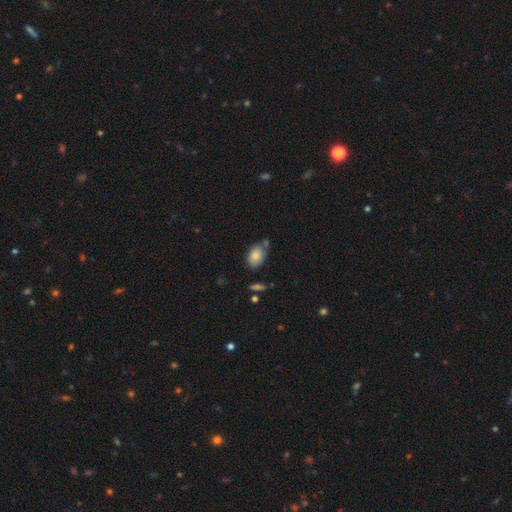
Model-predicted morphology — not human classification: A smooth galaxy with no disk features (84%) that is in between round and cigar-shaped (86%).

Vote fractions:
- Smooth or featured? smooth: 84% / featured or disk: 8% / star or artifact: 8%
- How rounded? in between: 86% / round: 13% / cigar-shaped: 1%
- Merging? none: 62% / minor disturbance: 21% / merger: 12% / major disturbance: 5%